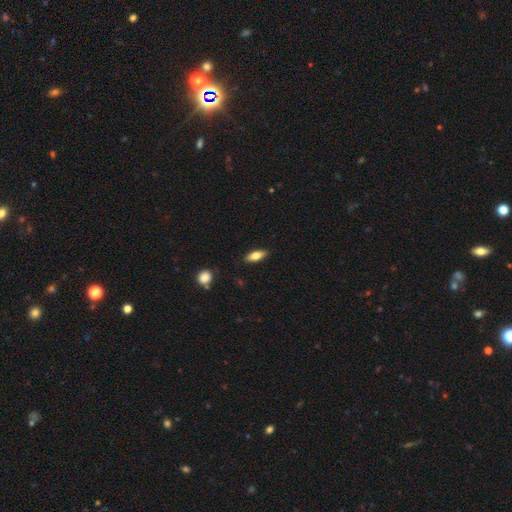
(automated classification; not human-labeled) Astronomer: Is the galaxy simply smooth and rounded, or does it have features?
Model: smooth — 74%.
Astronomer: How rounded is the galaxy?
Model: in between — 75%.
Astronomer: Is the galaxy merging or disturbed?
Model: none — 87%.